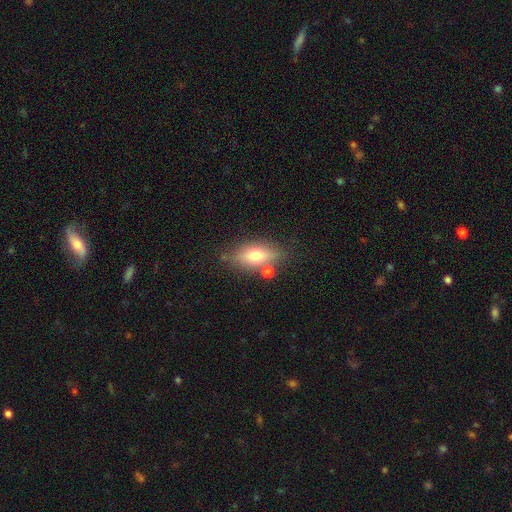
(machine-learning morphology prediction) A smooth galaxy with no disk features (61%) that is in between round and cigar-shaped (77%).

Vote fractions:
- Smooth or featured? smooth: 61% / featured or disk: 31% / star or artifact: 9%
- How rounded? in between: 77% / cigar-shaped: 15% / round: 9%
- Merging? none: 68% / minor disturbance: 15% / merger: 12% / major disturbance: 5%